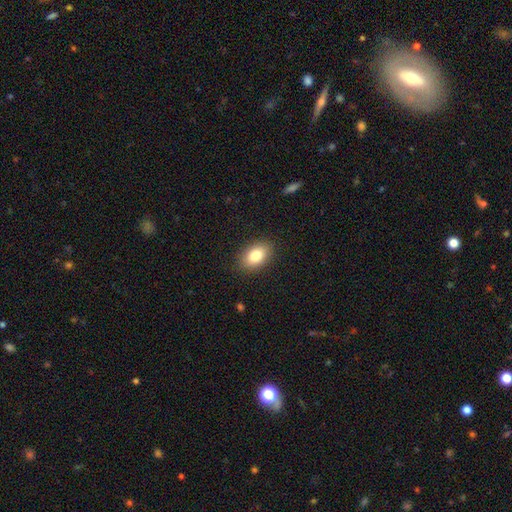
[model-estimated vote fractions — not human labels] smooth-or-featured: smooth: 82% | featured or disk: 10% | star or artifact: 8%
  how-rounded: in between: 86% | round: 13% | cigar-shaped: 2%
  merging: none: 87% | minor disturbance: 9% | major disturbance: 2% | merger: 1%